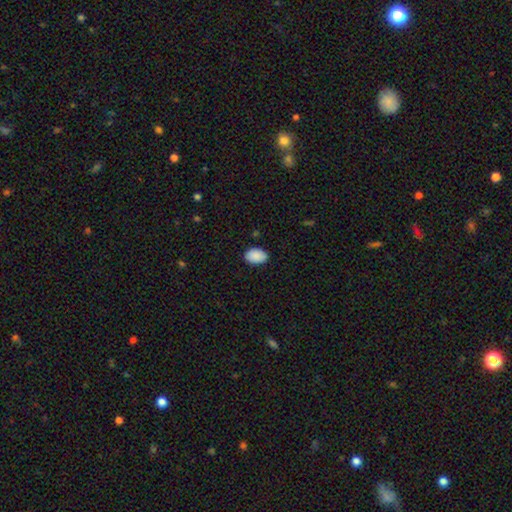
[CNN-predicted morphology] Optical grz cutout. It shows a smooth galaxy with no disk features (90%) that is in between round and cigar-shaped (87%). Merging: none (85%).